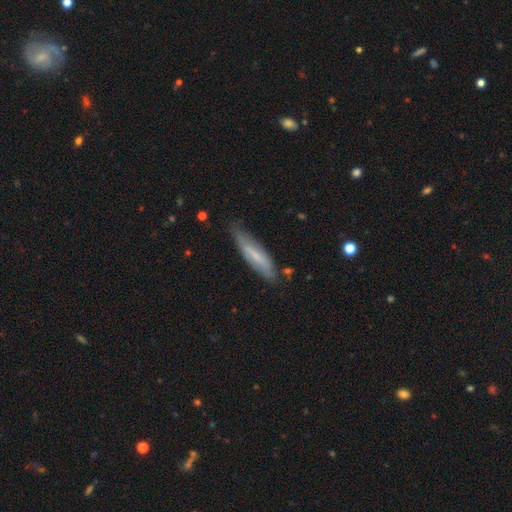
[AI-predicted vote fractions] Morphology: type=smooth (53%); roundness=cigar-shaped (72%); merging=none (70%).